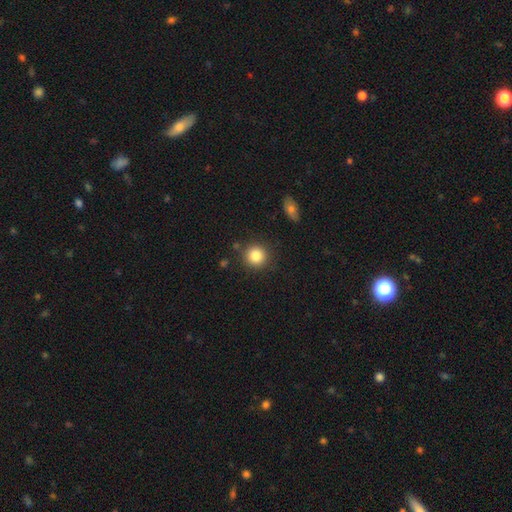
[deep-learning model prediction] A smooth galaxy with no disk features (84%) that is round (92%). Merging: none (87%).